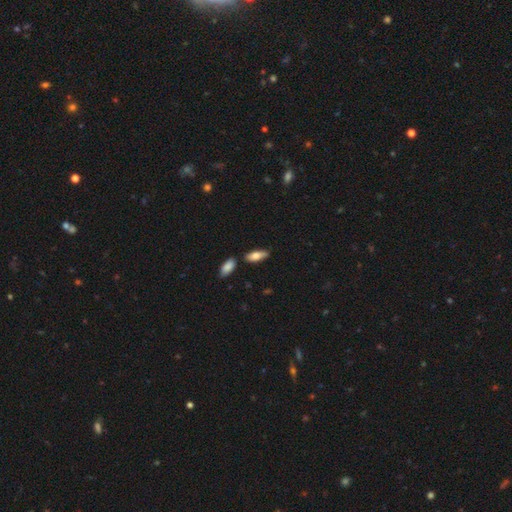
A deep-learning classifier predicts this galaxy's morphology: A smooth galaxy with no disk features (76%) that is in between round and cigar-shaped (72%).

Vote fractions:
- Smooth or featured? smooth: 76% / featured or disk: 18% / star or artifact: 6%
- How rounded? in between: 72% / cigar-shaped: 26% / round: 2%
- Merging? none: 75% / minor disturbance: 15% / merger: 7% / major disturbance: 3%